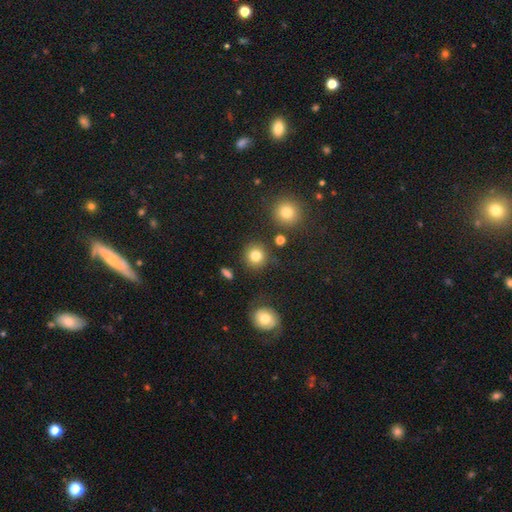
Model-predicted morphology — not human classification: Smooth or featured: smooth — 81% (star or artifact — 12%)
How rounded: round — 91% (in between — 8%)
Merging: none — 85% (minor disturbance — 8%)